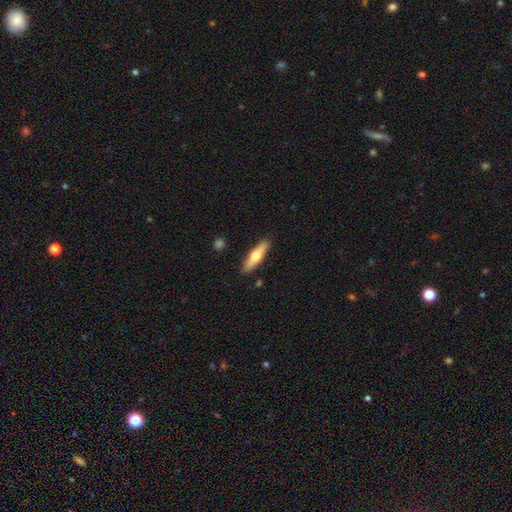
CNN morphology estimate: A smooth galaxy with no disk features (54%) that is cigar-shaped (71%).

Vote fractions:
- Smooth or featured? smooth: 54% / featured or disk: 41% / star or artifact: 5%
- How rounded? cigar-shaped: 71% / in between: 27% / round: 2%
- Merging? none: 89% / minor disturbance: 8% / major disturbance: 2% / merger: 1%